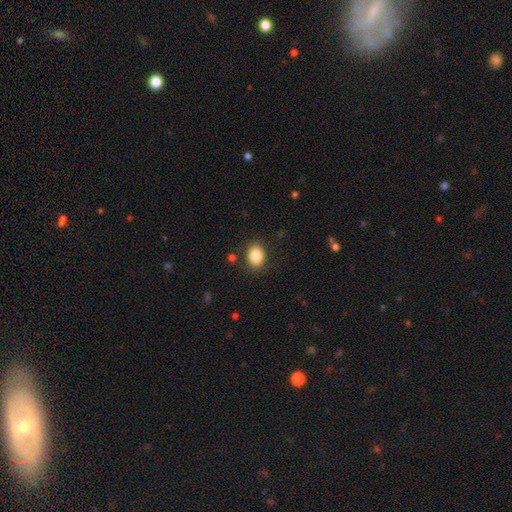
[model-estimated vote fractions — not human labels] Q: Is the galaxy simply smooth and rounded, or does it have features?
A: smooth — 84%.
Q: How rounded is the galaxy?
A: in between — 58%.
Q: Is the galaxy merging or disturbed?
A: none — 86%.